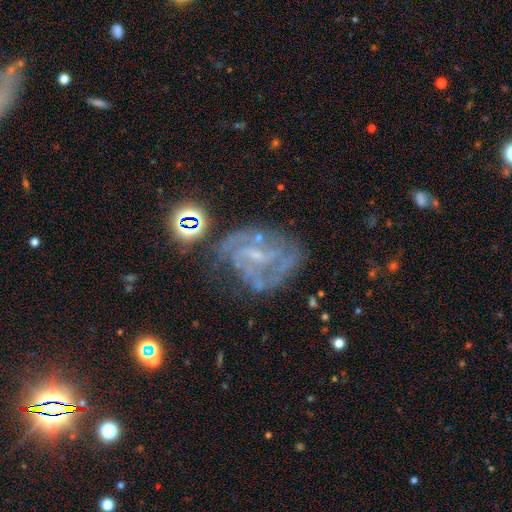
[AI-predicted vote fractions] Overall: featured or disk (77%). Edge-on disk: no (98%). Bar: weak (50%; no 32%). Spiral arms: yes (81%). Spiral arm count: 2 (35%; can't tell 34%). Spiral winding: medium (45%; tight 36%). Bulge size: small (59%; none 24%). Merging: none (50%; minor disturbance 22%).